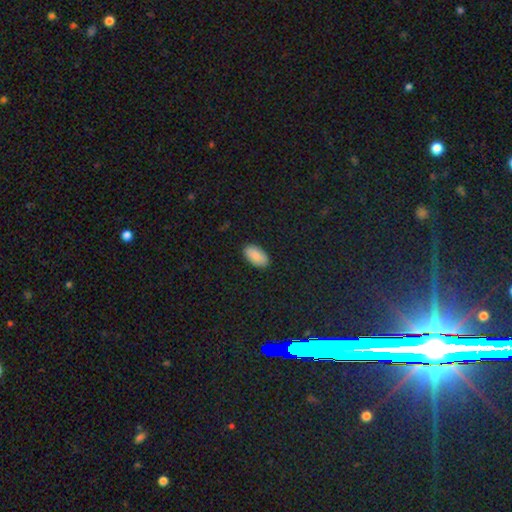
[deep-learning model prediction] Smooth or featured? smooth (87%)
How rounded? in between (95%)
Merging? none (88%)